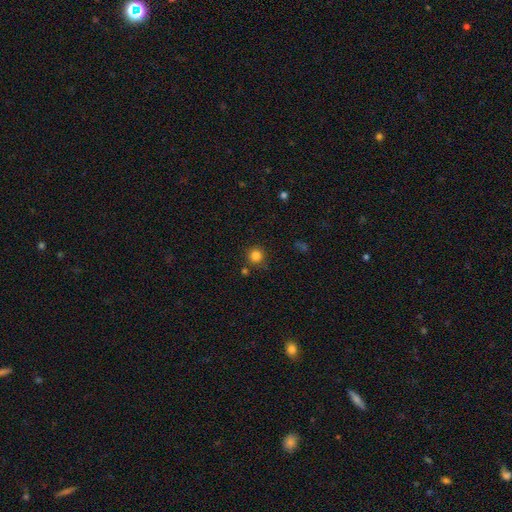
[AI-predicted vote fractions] smooth-or-featured: smooth: 83% | star or artifact: 12% | featured or disk: 5%
  how-rounded: round: 94% | in between: 5% | cigar-shaped: 1%
  merging: none: 83% | minor disturbance: 9% | merger: 5% | major disturbance: 3%